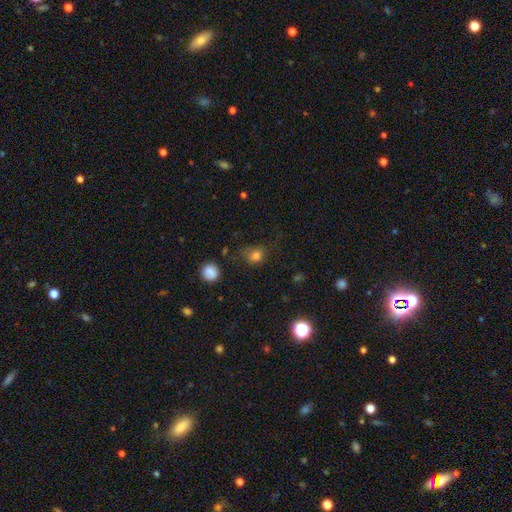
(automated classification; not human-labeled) The model was most divided on "merging": none: 61%, minor disturbance: 23%, major disturbance: 13%, merger: 3%. More confident: smooth or featured — smooth (78%); how rounded — round (75%).